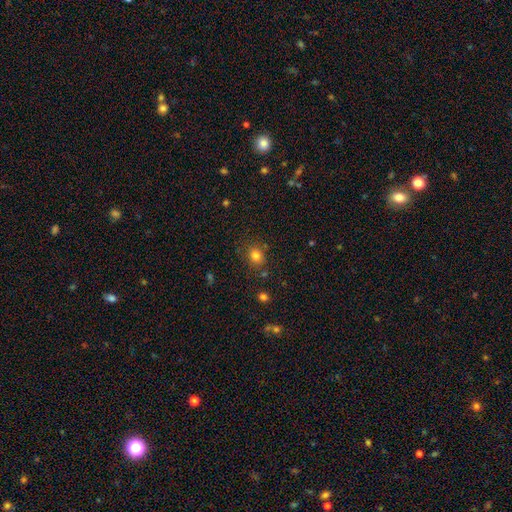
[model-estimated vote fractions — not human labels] A smooth galaxy with no disk features (80%) that is round (70%).

Vote fractions:
- Smooth or featured? smooth: 80% / star or artifact: 14% / featured or disk: 6%
- How rounded? round: 70% / in between: 29% / cigar-shaped: 1%
- Merging? none: 80% / minor disturbance: 12% / merger: 5% / major disturbance: 4%